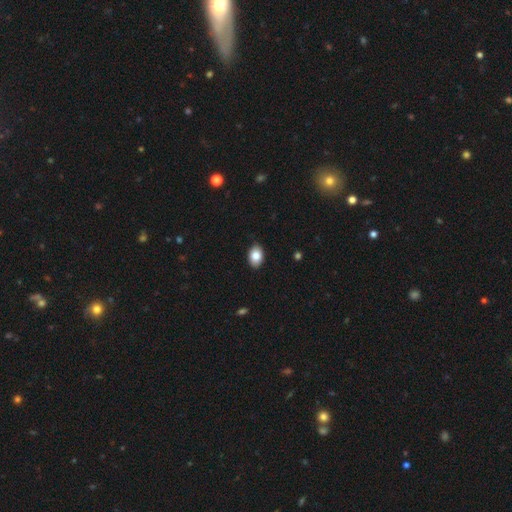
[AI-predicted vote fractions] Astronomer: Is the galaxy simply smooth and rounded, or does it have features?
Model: smooth — 86%.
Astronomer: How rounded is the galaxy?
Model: in between — 85%.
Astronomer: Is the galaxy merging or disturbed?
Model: none — 87%.